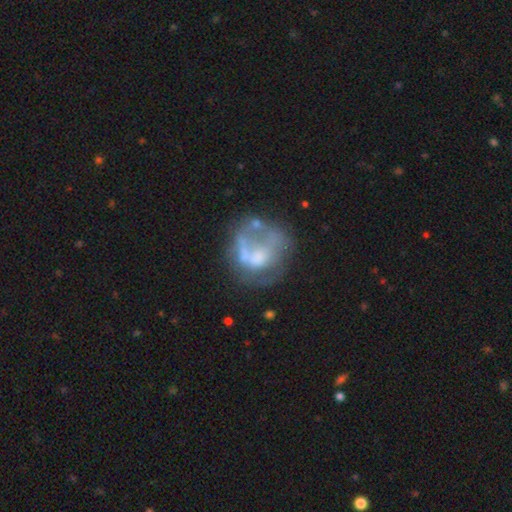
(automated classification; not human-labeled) featured or disk 54%, smooth 34%, star or artifact 12%. Down the decision tree: edge-on disk — no (98%); bar — no (81%); spiral arms — no (80%); bulge size — none (35%); merging — none (36%).